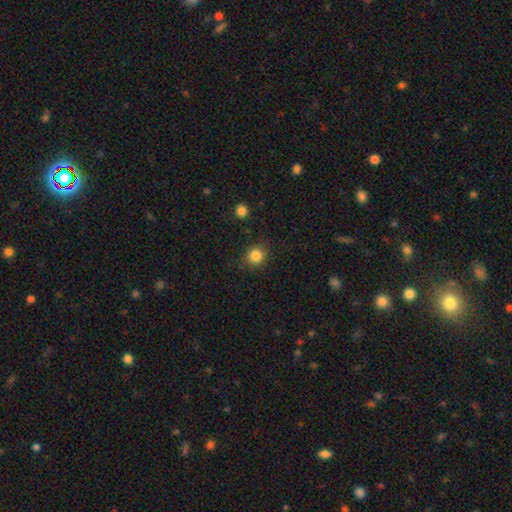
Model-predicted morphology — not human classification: Q: Smooth or featured?
A: smooth (84%); runner-up: star or artifact (11%)
Q: How rounded?
A: round (88%); runner-up: in between (11%)
Q: Merging?
A: none (86%); runner-up: minor disturbance (9%)